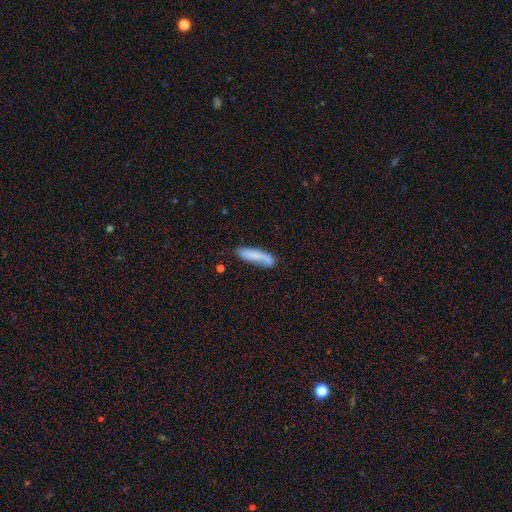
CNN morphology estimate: This appears to be a smooth galaxy with no disk features (74%) that is cigar-shaped (75%). Merging: none (59%).